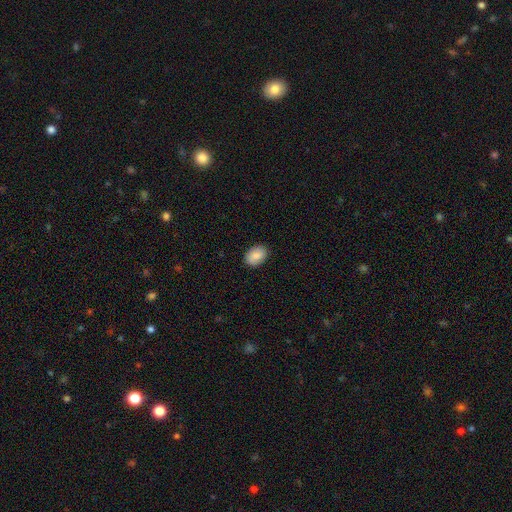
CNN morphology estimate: Smooth or featured? Predicted: smooth (p=0.85). How rounded? Predicted: in between (p=0.78). Merging? Predicted: none (p=0.89).